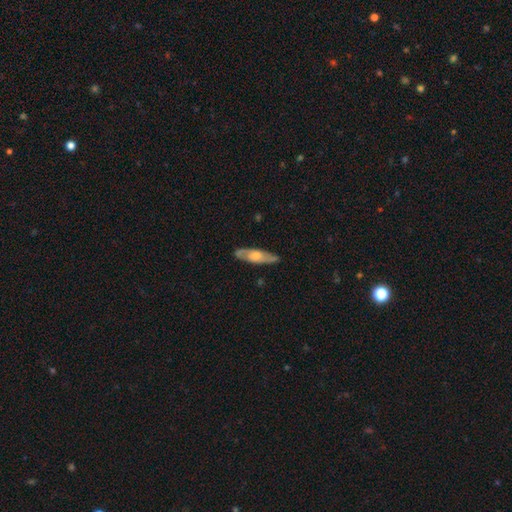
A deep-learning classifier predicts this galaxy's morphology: Smooth or featured? featured or disk (59%)
Edge-on disk? no (51%)
Merging? none (83%)